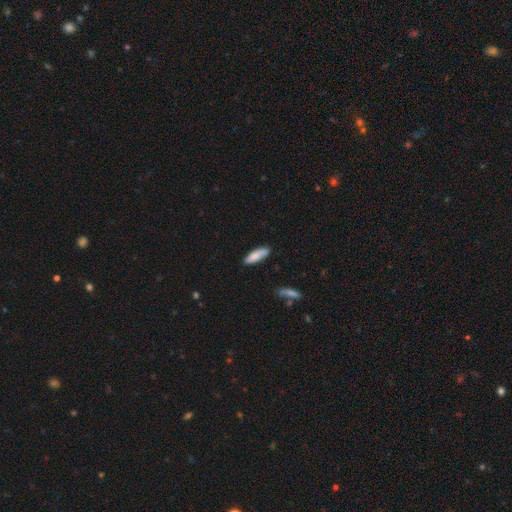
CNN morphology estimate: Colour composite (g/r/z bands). It shows a smooth galaxy with no disk features (79%) that is cigar-shaped (52%). Merging: none (78%).